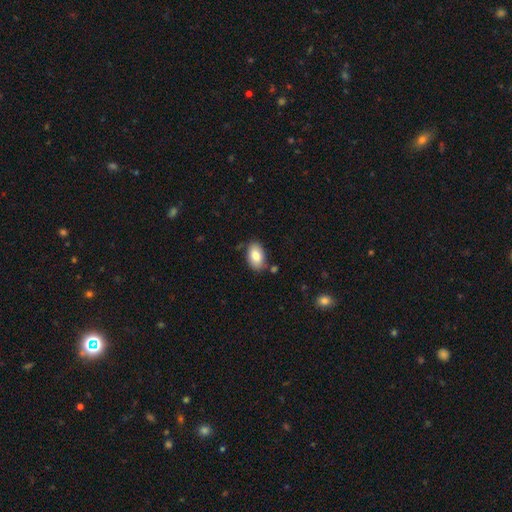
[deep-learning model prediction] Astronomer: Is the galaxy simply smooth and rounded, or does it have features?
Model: smooth — 82%.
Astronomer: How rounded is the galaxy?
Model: in between — 93%.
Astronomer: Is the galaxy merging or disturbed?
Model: none — 80%.